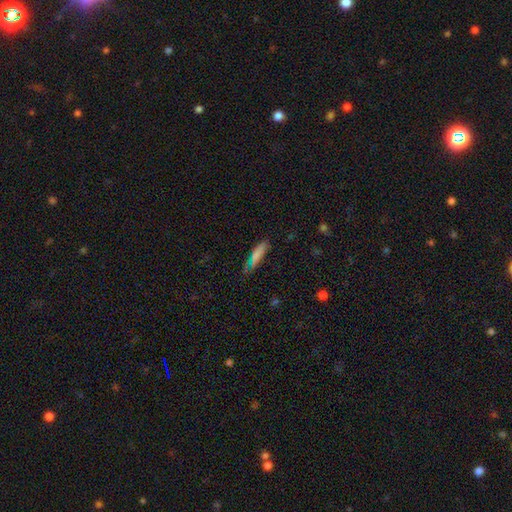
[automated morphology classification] Overall: smooth (76%). How rounded: cigar-shaped (73%). Merging: none (74%).